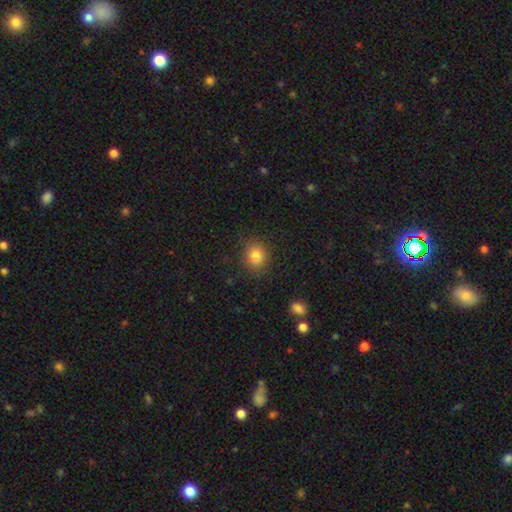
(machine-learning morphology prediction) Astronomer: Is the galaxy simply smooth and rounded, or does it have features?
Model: smooth — 83%.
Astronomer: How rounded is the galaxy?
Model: round — 74%.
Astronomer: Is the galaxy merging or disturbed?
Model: none — 87%.